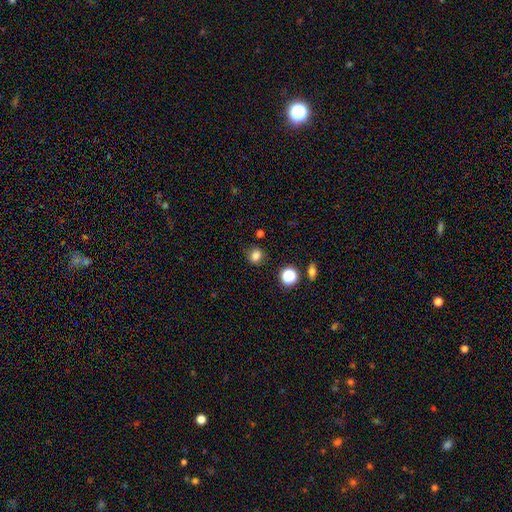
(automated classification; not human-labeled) Smooth or featured? smooth (79%)
How rounded? round (77%)
Merging? none (83%)